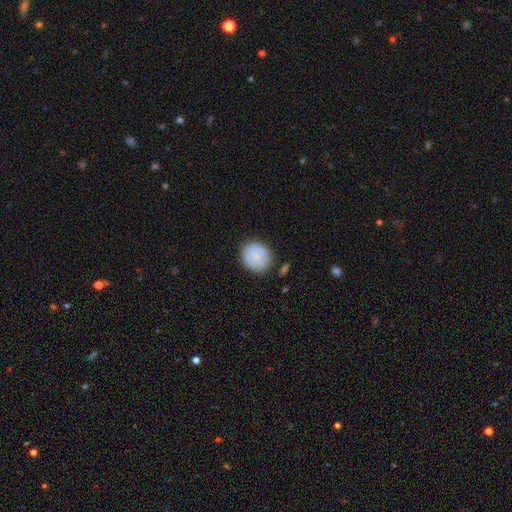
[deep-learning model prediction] smooth_or_featured: smooth (p=0.73) [alt: featured or disk p=0.20]
how_rounded: round (p=0.78) [alt: in between p=0.21]
merging: none (p=0.78) [alt: minor disturbance p=0.15]